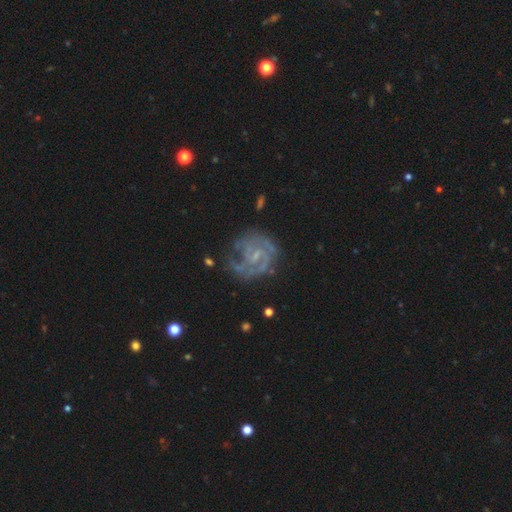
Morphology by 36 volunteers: This is clearly a featured or disk galaxy (94%). It is clearly not viewed edge-on (97%). Bar: possibly weak (55%). Spiral arm pattern: clearly yes (100%). Spiral arm count: possibly 2 (52%). Spiral winding: possibly tight (48%, tied with medium). Central bulge: likely small (73%). Merging: clearly none (80%).